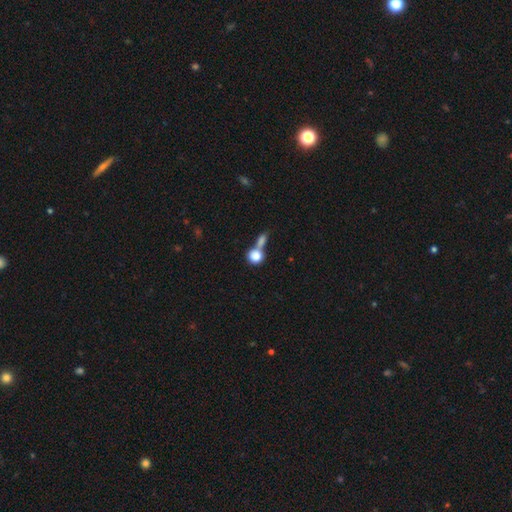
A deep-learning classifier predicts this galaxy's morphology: A smooth galaxy with no disk features (82%) that is round (75%). Merging: merger (56%).